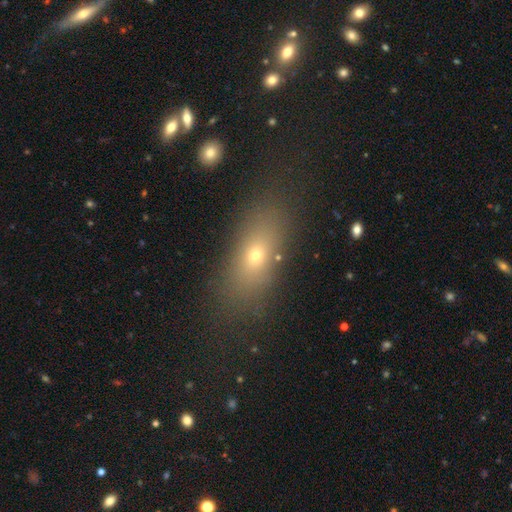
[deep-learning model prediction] The model was most divided on "smooth or featured": smooth: 66%, featured or disk: 19%, star or artifact: 15%. More confident: merging — none (78%); how rounded — in between (70%).